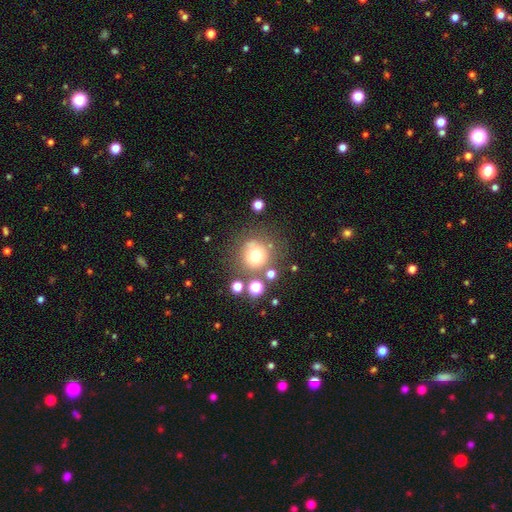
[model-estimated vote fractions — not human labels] Overall: smooth (69%). How rounded: round (92%). Merging: none (69%).